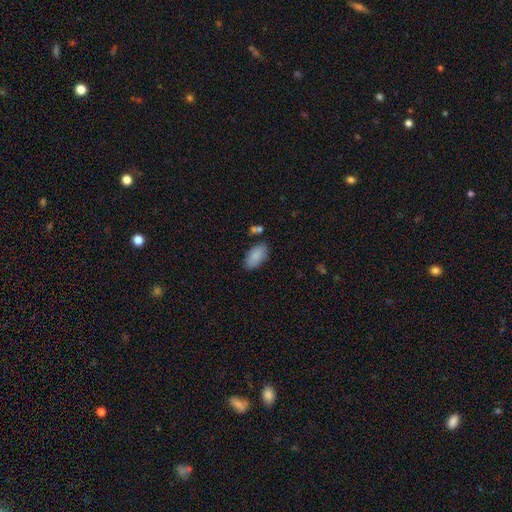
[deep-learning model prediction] The model was most divided on "merging": none: 79%, minor disturbance: 13%, merger: 5%, major disturbance: 3%. More confident: how rounded — in between (94%); smooth or featured — smooth (88%).